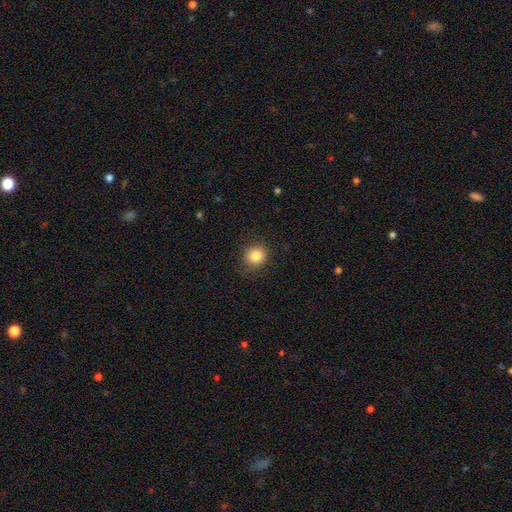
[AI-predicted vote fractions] Q: Smooth or featured?
A: smooth (83%); runner-up: star or artifact (11%)
Q: How rounded?
A: round (87%); runner-up: in between (12%)
Q: Merging?
A: none (85%); runner-up: minor disturbance (11%)